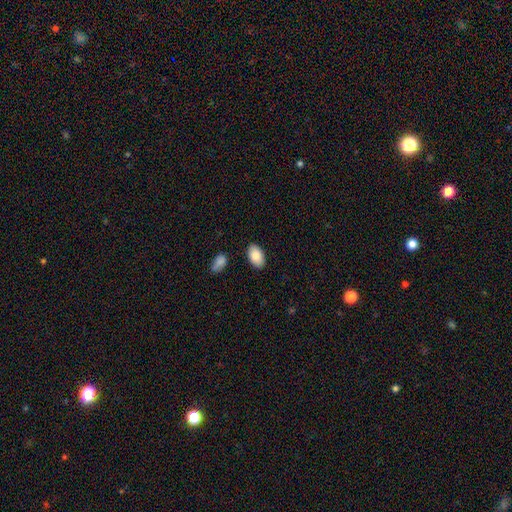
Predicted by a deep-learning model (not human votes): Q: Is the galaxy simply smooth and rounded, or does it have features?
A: smooth — 87%.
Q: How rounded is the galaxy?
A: in between — 94%.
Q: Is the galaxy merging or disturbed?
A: none — 85%.